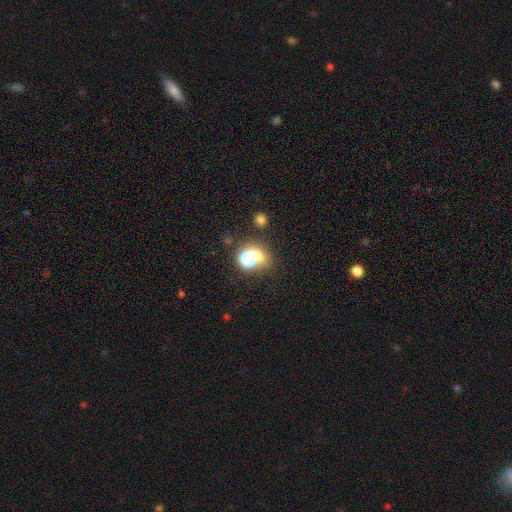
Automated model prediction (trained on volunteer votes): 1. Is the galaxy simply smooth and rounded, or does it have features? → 59% smooth, 25% star or artifact, 15% featured or disk.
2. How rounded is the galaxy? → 62% round, 36% in between, 1% cigar-shaped.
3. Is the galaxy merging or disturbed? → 45% none, 30% merger, 13% minor disturbance, 12% major disturbance.